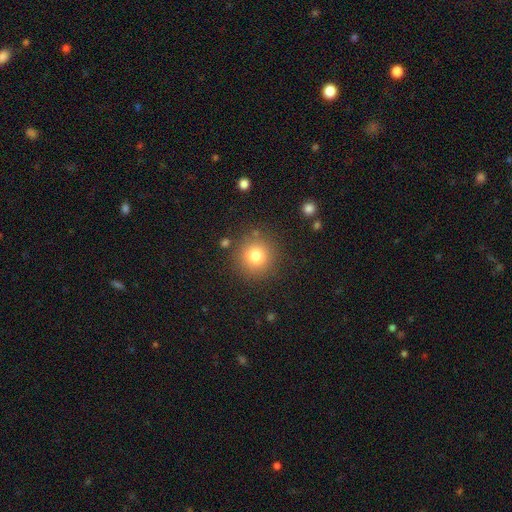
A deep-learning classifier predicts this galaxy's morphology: This appears to be a smooth galaxy with no disk features (78%) that is round (94%). Merging: none (86%).